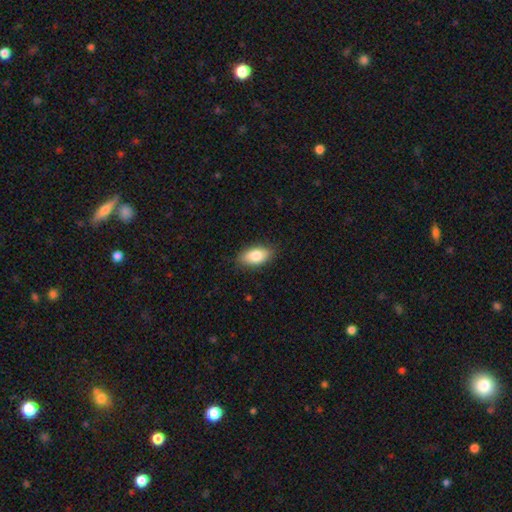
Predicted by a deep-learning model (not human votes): This is clearly a smooth galaxy (83%). How rounded: clearly in between (91%). Merging: clearly none (85%).